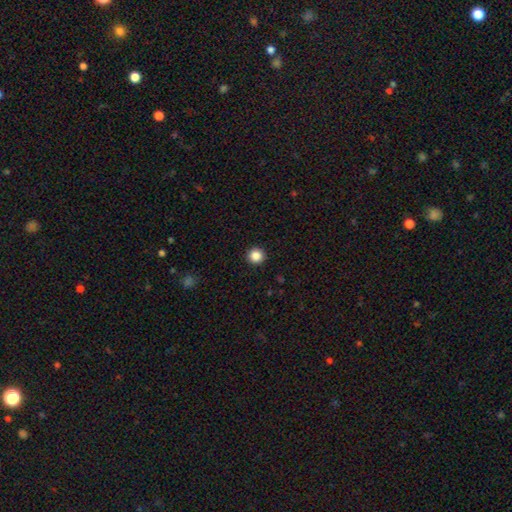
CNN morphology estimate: This appears to be a smooth galaxy with no disk features (87%) that is round (95%). Merging: none (93%).